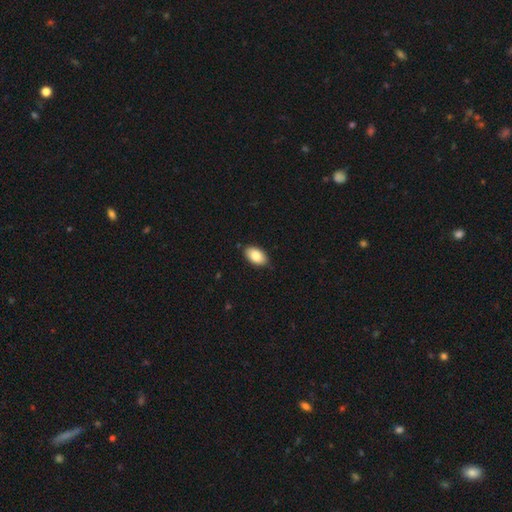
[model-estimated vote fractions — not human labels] This is clearly a smooth galaxy (84%). How rounded: clearly in between (94%). Merging: clearly none (87%).